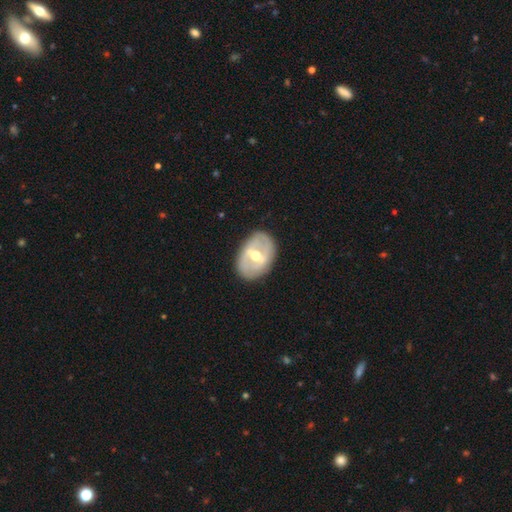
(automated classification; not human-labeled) Smooth or featured: featured or disk — 72% (smooth — 22%)
Edge-on disk: no — 93% (yes — 7%)
Bar: strong — 52% (weak — 37%)
Spiral arms: no — 53% (yes — 47%)
Bulge size: moderate — 75% (small — 16%)
Merging: none — 83% (minor disturbance — 12%)